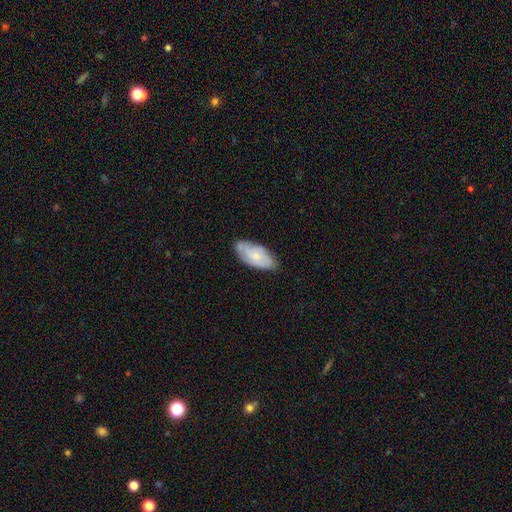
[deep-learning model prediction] Smooth or featured? smooth (53%)
How rounded? in between (91%)
Merging? none (69%)